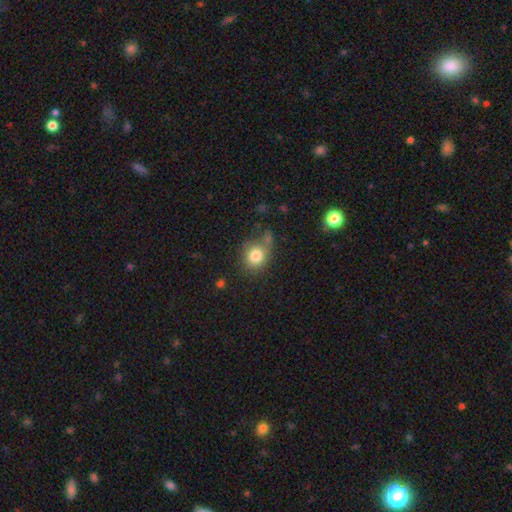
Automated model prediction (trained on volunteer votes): The model was most divided on "merging": none: 60%, minor disturbance: 21%, merger: 10%, major disturbance: 9%. More confident: smooth or featured — smooth (81%); how rounded — round (69%).